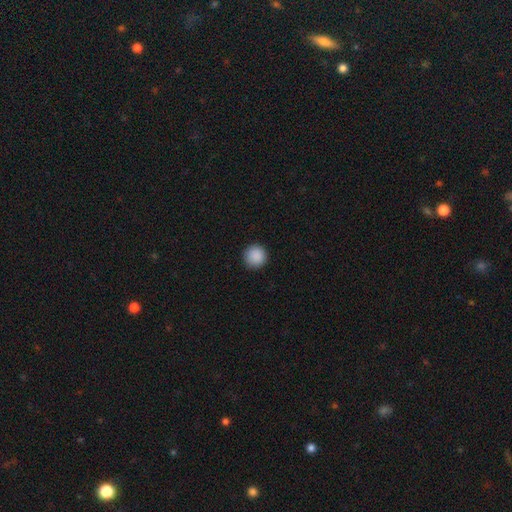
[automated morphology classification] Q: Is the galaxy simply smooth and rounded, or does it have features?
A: smooth — 90%.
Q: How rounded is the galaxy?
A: round — 96%.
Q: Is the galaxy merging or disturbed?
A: none — 92%.